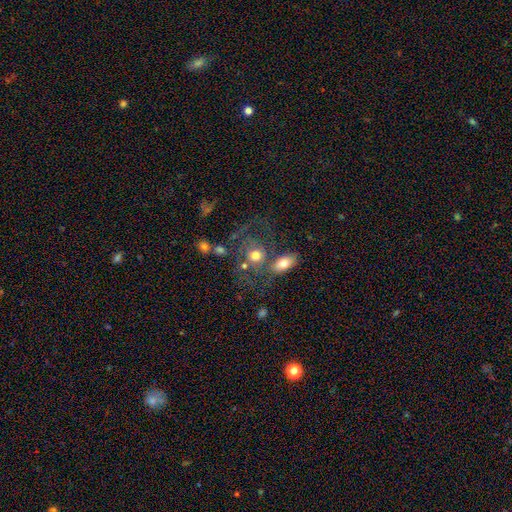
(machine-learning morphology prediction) type=smooth (50%); merging=none (37%).